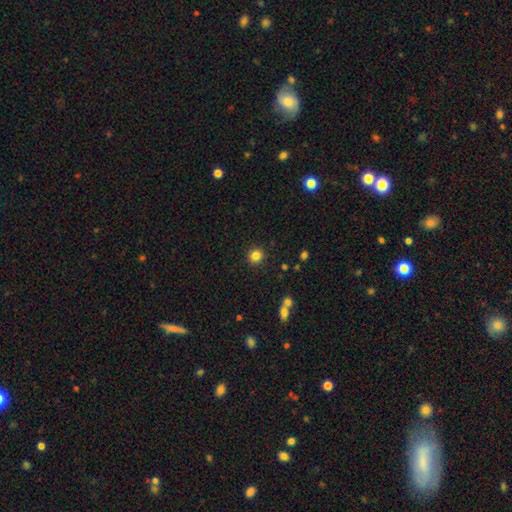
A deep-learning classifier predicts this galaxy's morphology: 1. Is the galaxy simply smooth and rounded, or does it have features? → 83% smooth, 11% star or artifact, 5% featured or disk.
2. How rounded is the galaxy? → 91% round, 8% in between, 1% cigar-shaped.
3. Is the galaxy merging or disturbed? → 91% none, 6% minor disturbance, 2% merger, 2% major disturbance.